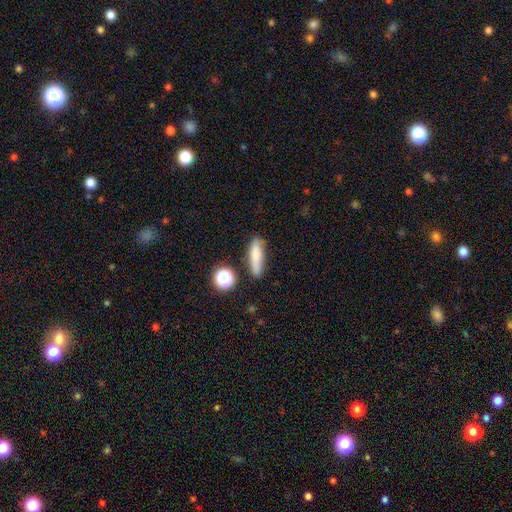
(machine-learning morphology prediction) Q: Smooth or featured?
A: smooth (78%); runner-up: featured or disk (12%)
Q: How rounded?
A: cigar-shaped (60%); runner-up: in between (35%)
Q: Merging?
A: none (75%); runner-up: minor disturbance (16%)